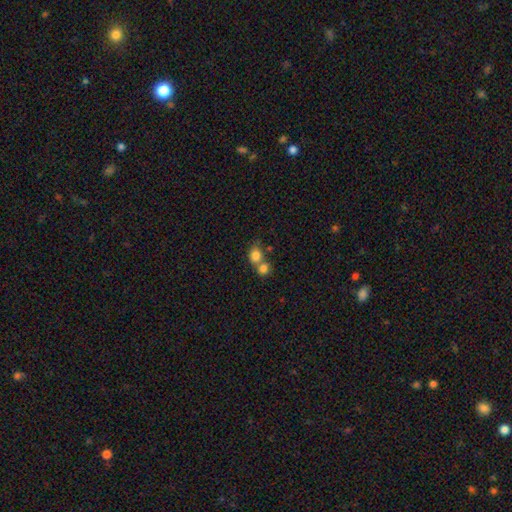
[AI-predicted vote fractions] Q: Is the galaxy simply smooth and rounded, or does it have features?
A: smooth — 80%.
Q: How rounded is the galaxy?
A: round — 70%.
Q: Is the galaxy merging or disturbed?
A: merger — 54%.